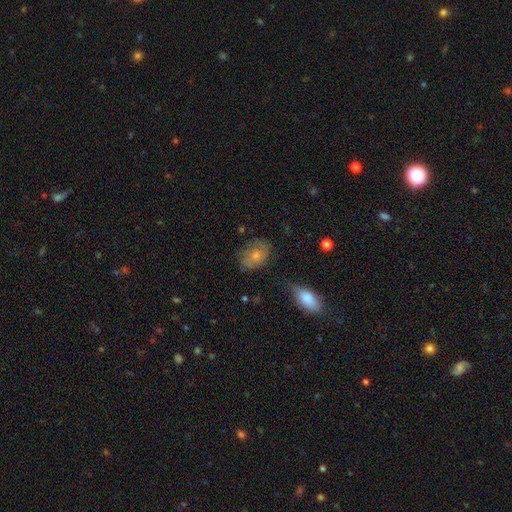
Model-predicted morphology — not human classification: smooth 61%, featured or disk 31%, star or artifact 9%. Down the decision tree: how rounded — in between (70%); merging — none (64%).